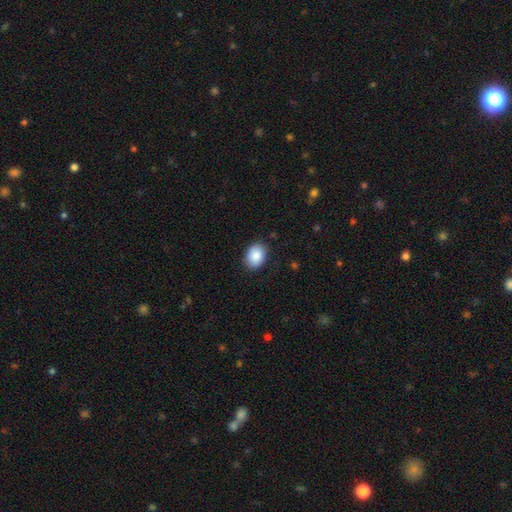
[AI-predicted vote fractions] A smooth galaxy with no disk features (88%) that is in between round and cigar-shaped (72%). Merging: none (86%).